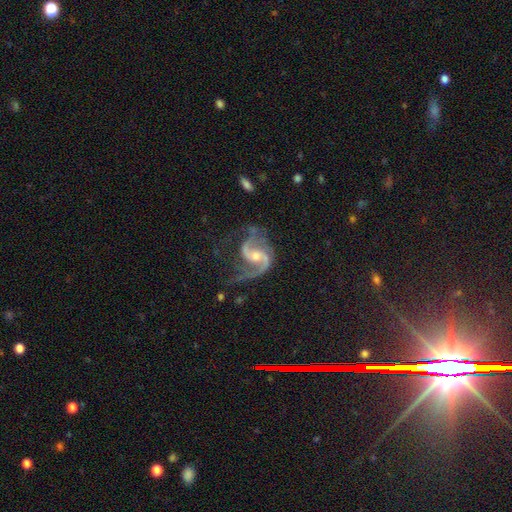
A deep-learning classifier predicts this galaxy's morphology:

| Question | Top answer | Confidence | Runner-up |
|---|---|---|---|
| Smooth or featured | featured or disk | 92% | star or artifact (5%) |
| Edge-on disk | no | 98% | yes (2%) |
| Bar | no | 44% | weak (42%) |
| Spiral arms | yes | 98% | no (2%) |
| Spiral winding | medium | 55% | loose (33%) |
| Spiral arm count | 2 | 89% | 1 (4%) |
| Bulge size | moderate | 51% | small (42%) |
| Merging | none | 57% | minor disturbance (22%) |